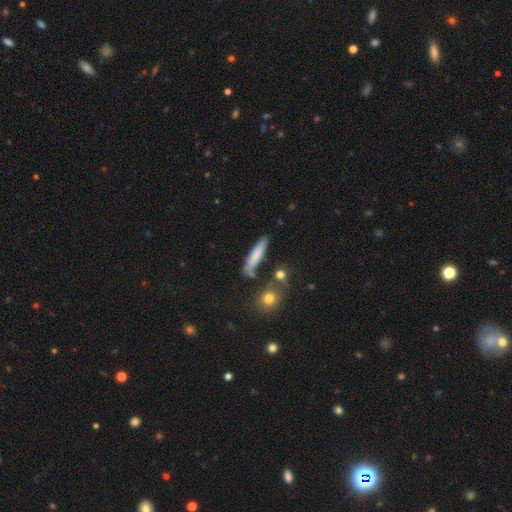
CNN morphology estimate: Smooth or featured? smooth (76%)
How rounded? cigar-shaped (82%)
Merging? none (73%)